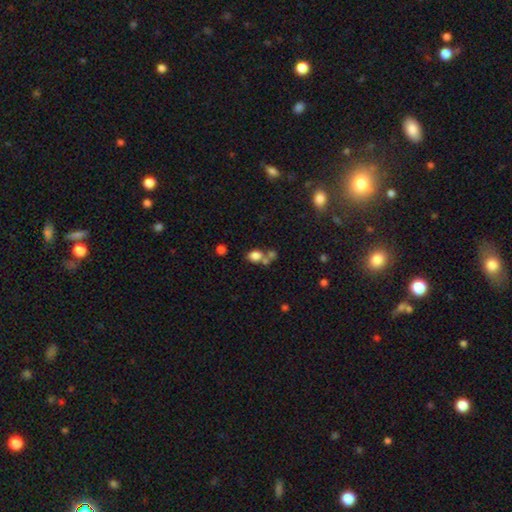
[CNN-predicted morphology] This appears to be a smooth galaxy with no disk features (77%) that is in between round and cigar-shaped (55%). Merging: none (44%).